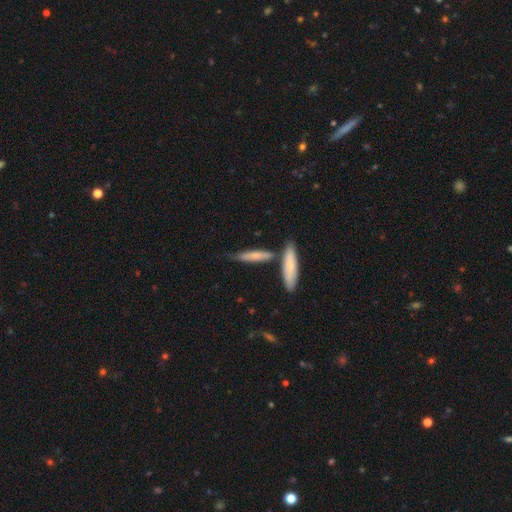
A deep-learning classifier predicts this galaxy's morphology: Q: Smooth or featured?
A: smooth (68%); runner-up: featured or disk (26%)
Q: How rounded?
A: cigar-shaped (83%); runner-up: in between (15%)
Q: Merging?
A: none (59%); runner-up: merger (19%)